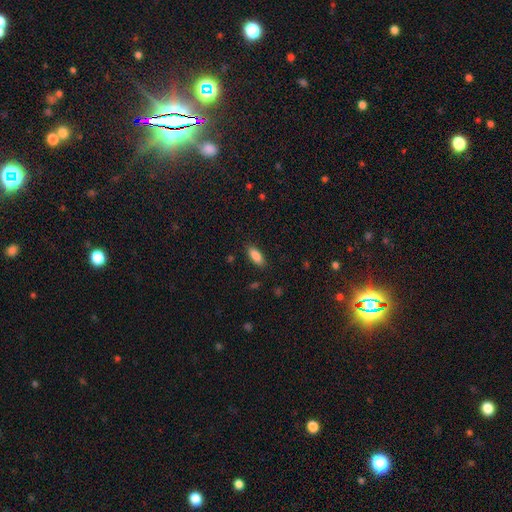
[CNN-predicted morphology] This is clearly a smooth galaxy (86%). How rounded: clearly in between (81%). Merging: clearly none (86%).